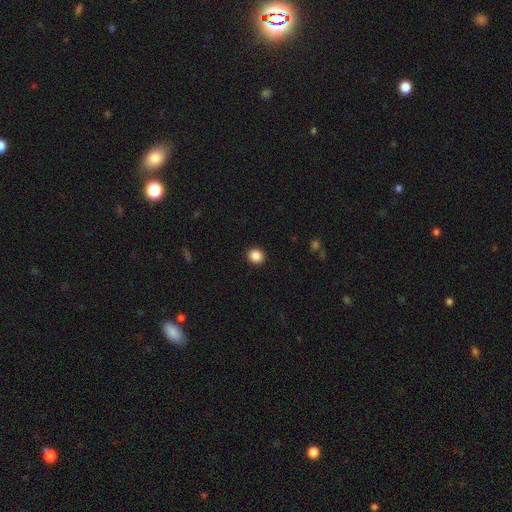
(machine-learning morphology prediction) A smooth galaxy with no disk features (87%) that is round (87%).

Vote fractions:
- Smooth or featured? smooth: 87% / star or artifact: 10% / featured or disk: 3%
- How rounded? round: 87% / in between: 12% / cigar-shaped: 1%
- Merging? none: 92% / minor disturbance: 5% / major disturbance: 2% / merger: 1%